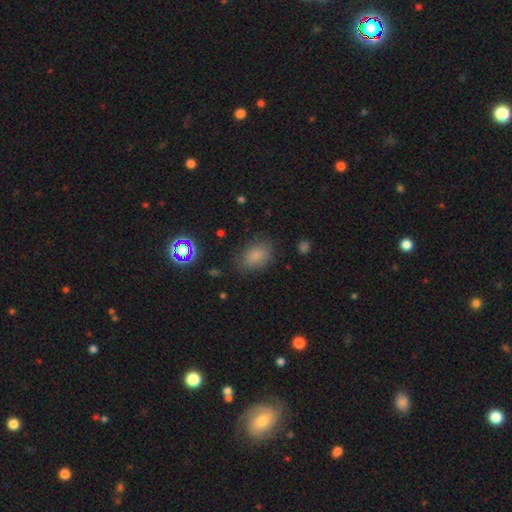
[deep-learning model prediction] Smooth or featured? Predicted: smooth (p=0.80). How rounded? Predicted: in between (p=0.76). Merging? Predicted: none (p=0.76).